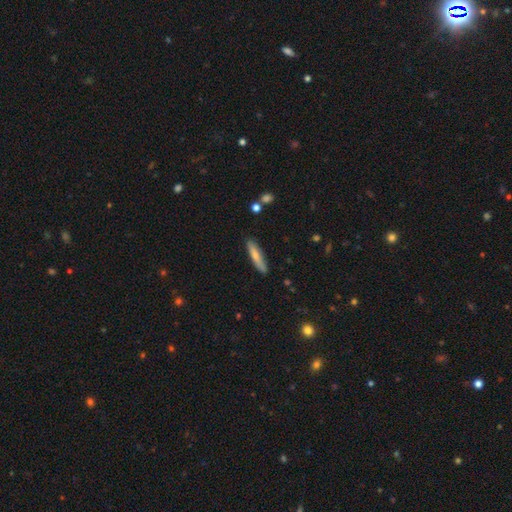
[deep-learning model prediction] Smooth or featured?
  - smooth: 70% *
  - featured or disk: 24%
  - star or artifact: 6%
How rounded?
  - cigar-shaped: 86% *
  - in between: 12%
  - round: 2%
Merging?
  - none: 85% *
  - minor disturbance: 11%
  - major disturbance: 2%
  - merger: 2%